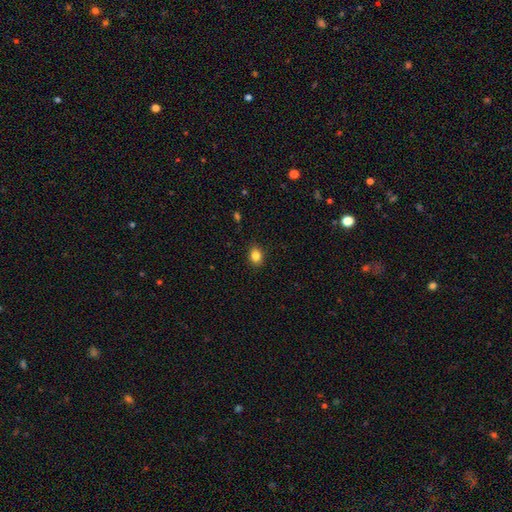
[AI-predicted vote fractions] Q: Smooth or featured?
A: smooth (84%); runner-up: star or artifact (11%)
Q: How rounded?
A: in between (51%); runner-up: round (48%)
Q: Merging?
A: none (88%); runner-up: minor disturbance (9%)